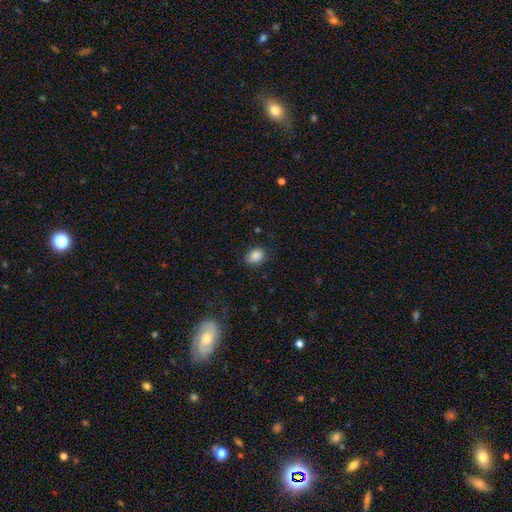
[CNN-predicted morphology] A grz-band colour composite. It shows a smooth galaxy with no disk features (86%) that is in between round and cigar-shaped (59%). Merging: none (84%).